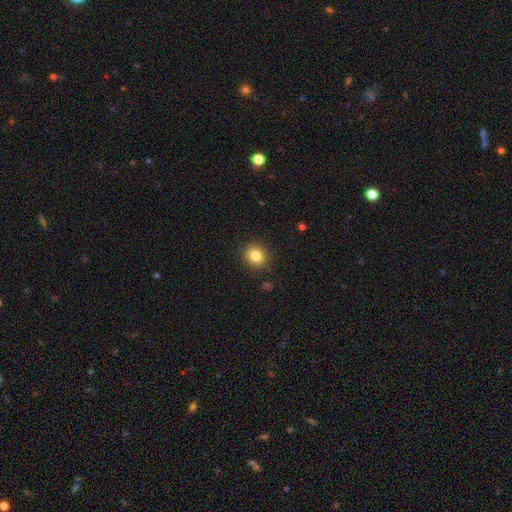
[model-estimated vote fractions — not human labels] smooth_or_featured: smooth (p=0.84) [alt: star or artifact p=0.11]
how_rounded: round (p=0.76) [alt: in between p=0.23]
merging: none (p=0.89) [alt: minor disturbance p=0.07]